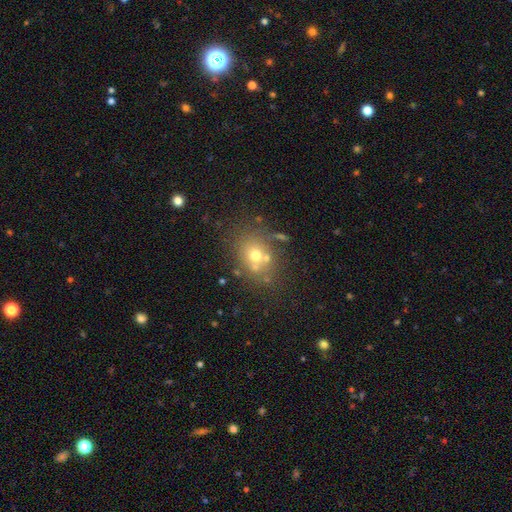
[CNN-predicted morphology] smooth_or_featured: smooth (p=0.63) [alt: featured or disk p=0.20]
how_rounded: round (p=0.63) [alt: in between p=0.36]
merging: none (p=0.60) [alt: merger p=0.20]